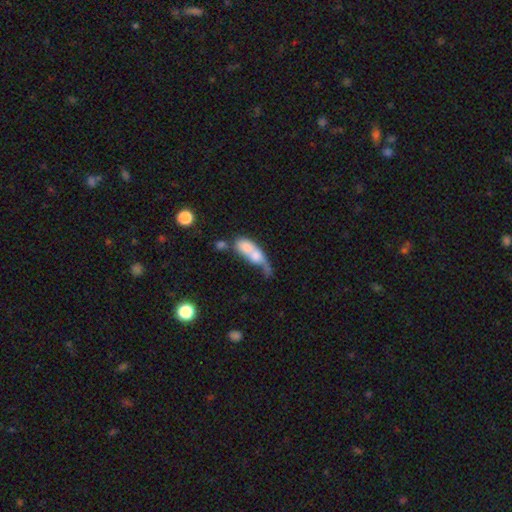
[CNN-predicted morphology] Smooth or featured? smooth (61%)
How rounded? in between (62%)
Merging? merger (57%)